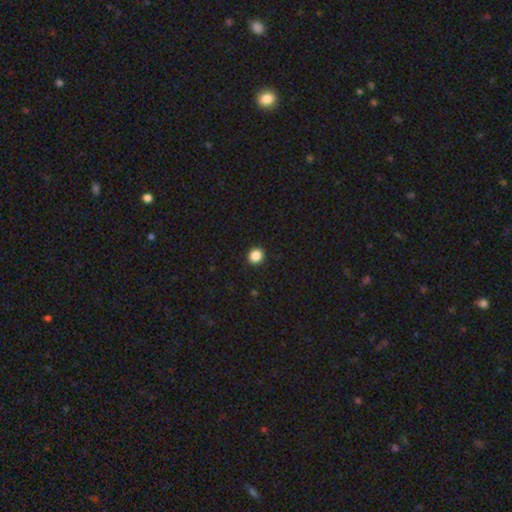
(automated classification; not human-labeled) smooth 87%, star or artifact 10%, featured or disk 3%. Down the decision tree: how rounded — round (84%); merging — none (93%).